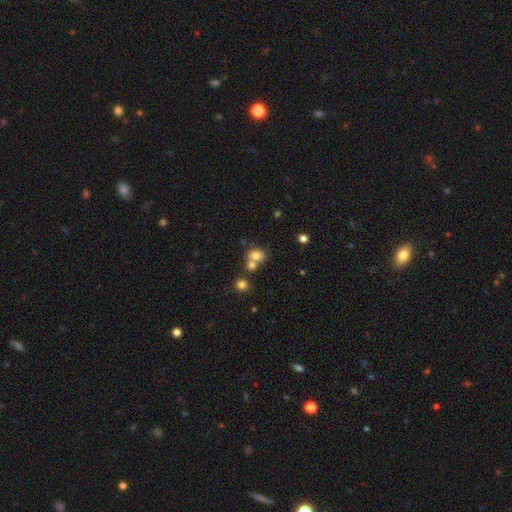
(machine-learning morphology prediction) A smooth galaxy with no disk features (76%) that is in between round and cigar-shaped (60%).

Vote fractions:
- Smooth or featured? smooth: 76% / star or artifact: 13% / featured or disk: 11%
- How rounded? in between: 60% / round: 39% / cigar-shaped: 1%
- Merging? none: 42% (tied) / merger: 42% (tied) / minor disturbance: 11% / major disturbance: 5%